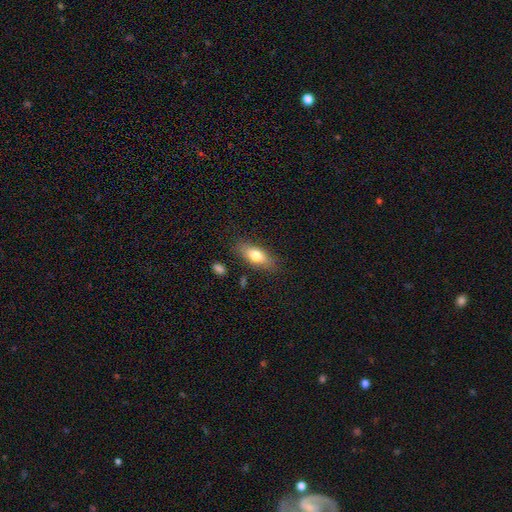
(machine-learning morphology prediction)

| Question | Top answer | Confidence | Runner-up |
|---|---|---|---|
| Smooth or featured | smooth | 75% | featured or disk (18%) |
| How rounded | in between | 78% | cigar-shaped (18%) |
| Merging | none | 82% | minor disturbance (13%) |